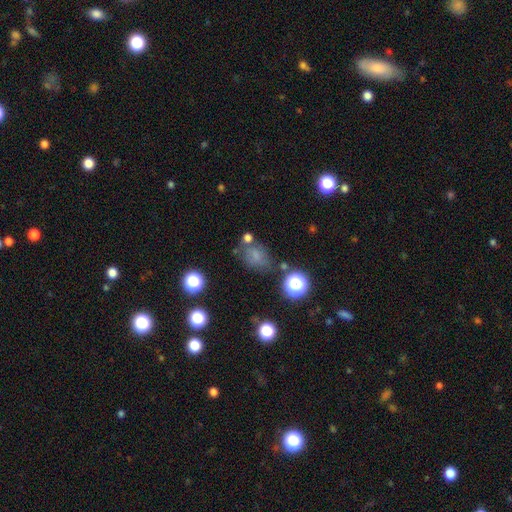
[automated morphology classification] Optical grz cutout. It shows a smooth galaxy with no disk features (62%) that is in between round and cigar-shaped (53%). Merging: none (58%).